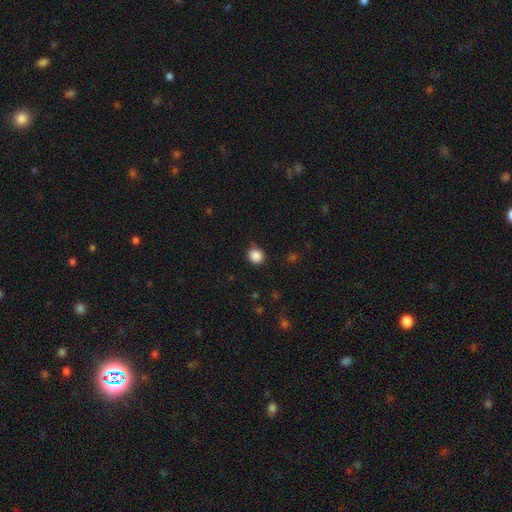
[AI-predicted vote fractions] This is clearly a smooth galaxy (88%). How rounded: clearly round (85%). Merging: clearly none (86%).